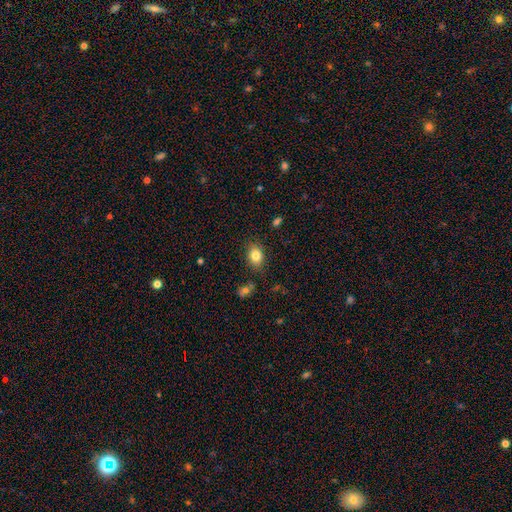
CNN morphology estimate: smooth_or_featured: smooth (p=0.83) [alt: star or artifact p=0.09]
how_rounded: in between (p=0.72) [alt: round p=0.27]
merging: none (p=0.84) [alt: minor disturbance p=0.11]